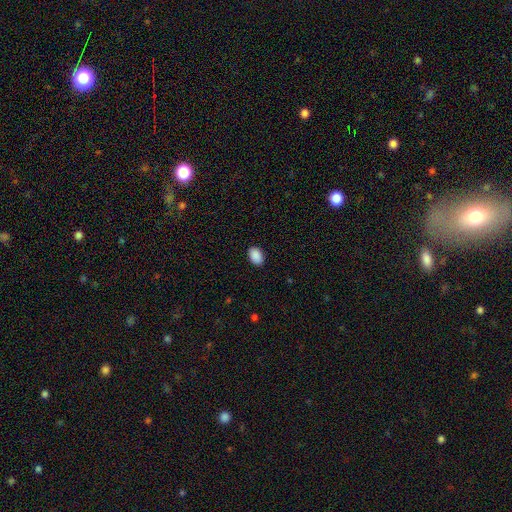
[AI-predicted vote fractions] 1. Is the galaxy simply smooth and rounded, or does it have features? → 90% smooth, 7% star or artifact, 3% featured or disk.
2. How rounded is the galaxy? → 88% in between, 11% round, 1% cigar-shaped.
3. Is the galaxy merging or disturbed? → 89% none, 8% minor disturbance, 2% major disturbance, 1% merger.